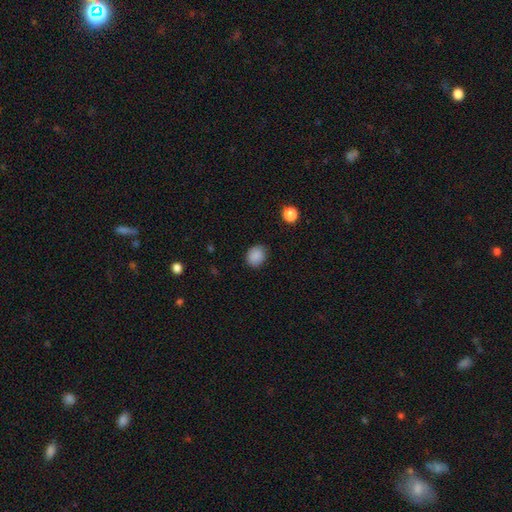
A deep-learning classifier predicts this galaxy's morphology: Overall: smooth (87%). How rounded: round (67%; in between 32%). Merging: none (85%).